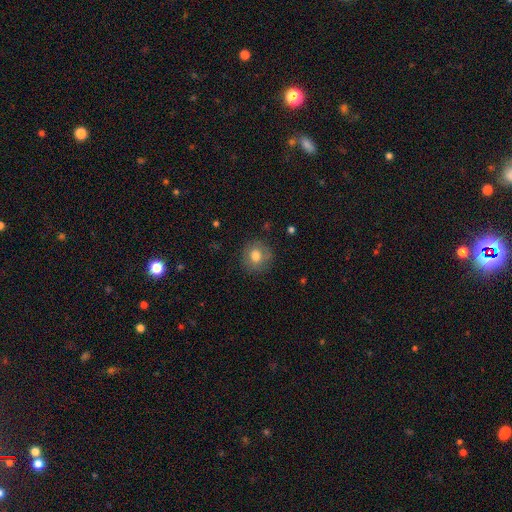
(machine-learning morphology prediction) smooth-or-featured: smooth: 75% | featured or disk: 16% | star or artifact: 9%
  how-rounded: round: 88% | in between: 11% | cigar-shaped: 1%
  merging: none: 83% | minor disturbance: 12% | major disturbance: 4% | merger: 1%